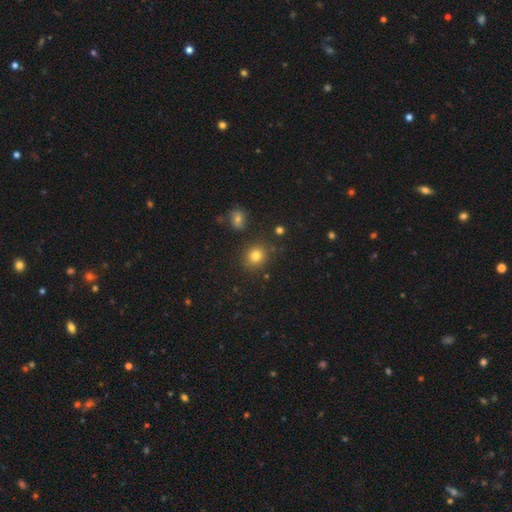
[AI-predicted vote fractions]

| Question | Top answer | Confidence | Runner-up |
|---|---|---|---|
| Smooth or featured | smooth | 80% | star or artifact (13%) |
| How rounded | round | 79% | in between (20%) |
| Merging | none | 83% | minor disturbance (10%) |